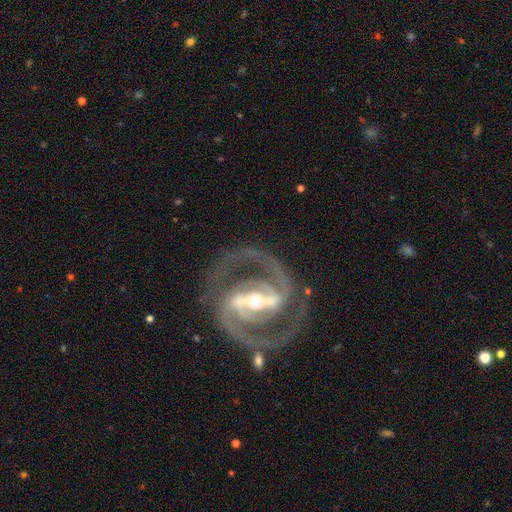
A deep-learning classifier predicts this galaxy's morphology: Smooth or featured? Predicted: featured or disk (p=0.93). Edge-on disk? Predicted: no (p=0.97). Bar? Predicted: strong (p=0.75). Spiral arms? Predicted: yes (p=0.98). Spiral winding? Predicted: medium (p=0.59). Spiral arm count? Predicted: 2 (p=0.94). Bulge size? Predicted: small (p=0.48). Merging? Predicted: none (p=0.80).